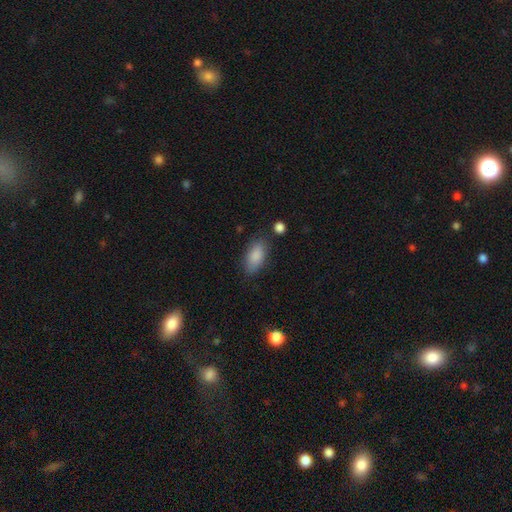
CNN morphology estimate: This is clearly a smooth galaxy (87%). How rounded: clearly in between (90%). Merging: likely none (78%).